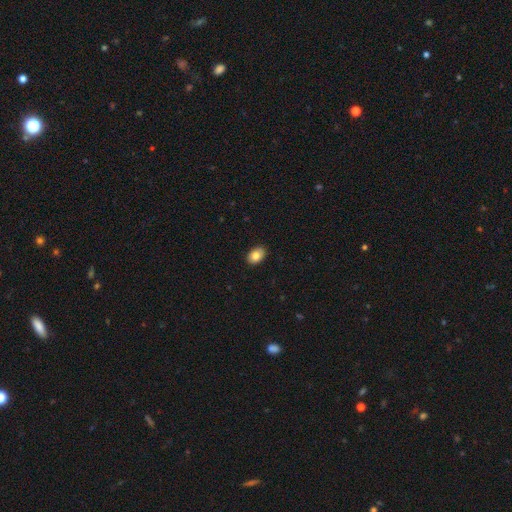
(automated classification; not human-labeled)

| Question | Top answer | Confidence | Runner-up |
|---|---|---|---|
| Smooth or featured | smooth | 83% | featured or disk (10%) |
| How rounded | in between | 83% | round (16%) |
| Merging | none | 89% | minor disturbance (8%) |